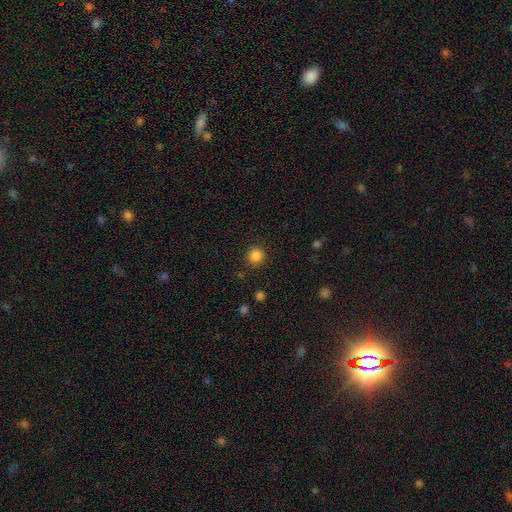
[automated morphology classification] This is clearly a smooth galaxy (84%). How rounded: clearly round (93%). Merging: clearly none (90%).